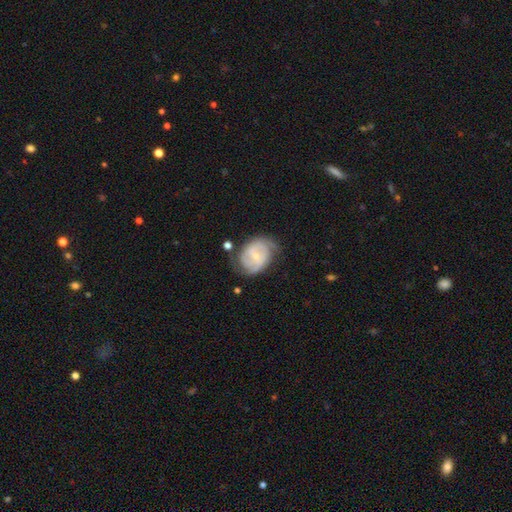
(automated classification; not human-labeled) featured or disk 75%, smooth 19%, star or artifact 6%. Down the decision tree: edge-on disk — no (97%); bar — weak (49%); spiral arms — yes (90%); spiral arm count — 2 (62%); spiral winding — tight (44%); bulge size — small (68%); merging — none (60%).